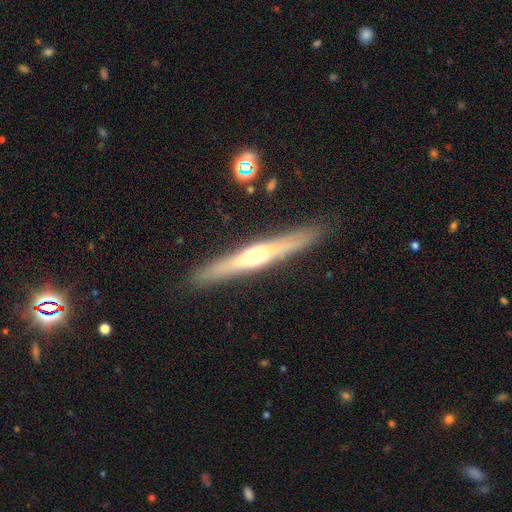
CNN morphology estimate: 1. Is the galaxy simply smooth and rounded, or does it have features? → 63% featured or disk, 31% smooth, 6% star or artifact.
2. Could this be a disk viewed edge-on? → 93% yes, 7% no.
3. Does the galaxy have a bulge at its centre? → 83% rounded, 12% none, 6% boxy.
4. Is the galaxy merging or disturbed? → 89% none, 8% minor disturbance, 2% major disturbance, 1% merger.